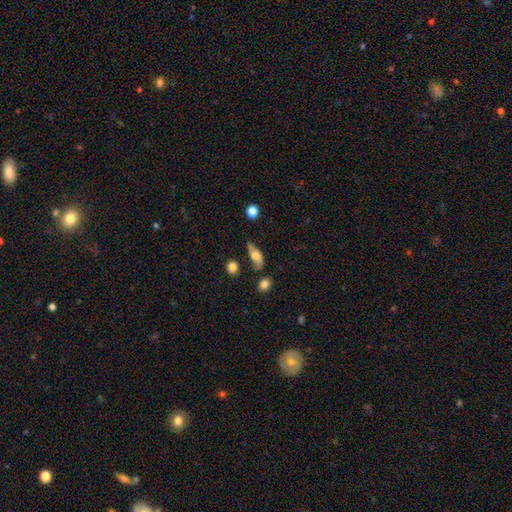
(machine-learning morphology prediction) This appears to be a smooth galaxy with no disk features (59%) that is in between round and cigar-shaped (74%). Merging: none (46%).